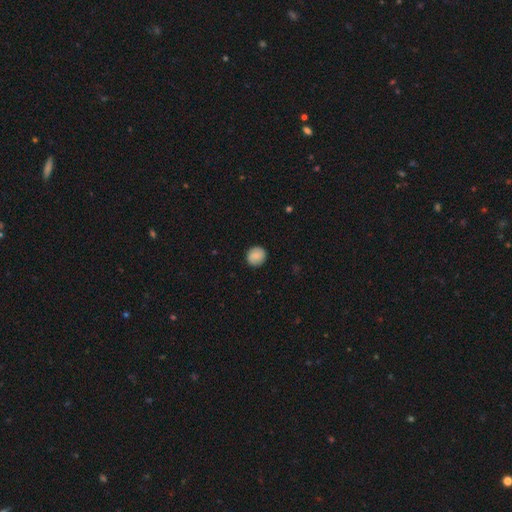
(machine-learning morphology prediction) Smooth or featured? smooth (83%)
How rounded? round (89%)
Merging? none (89%)